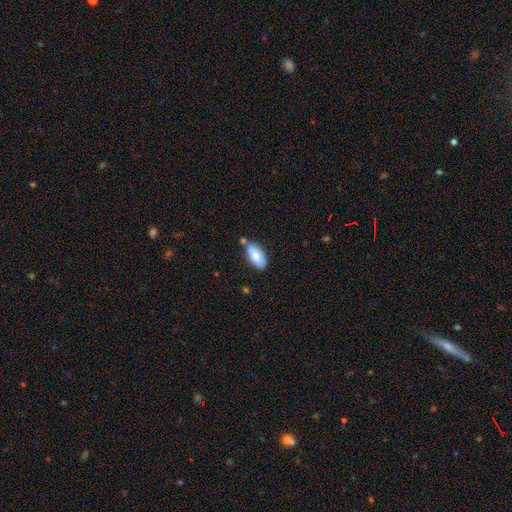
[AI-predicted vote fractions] This appears to be a smooth galaxy with no disk features (77%) that is in between round and cigar-shaped (92%). Merging: none (67%).